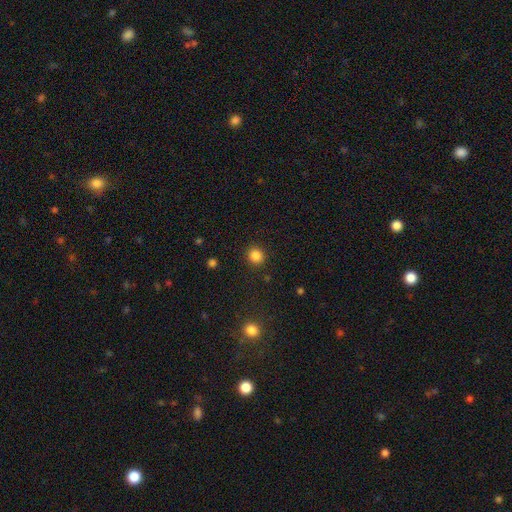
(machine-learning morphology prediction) Smooth or featured? Predicted: smooth (p=0.85). How rounded? Predicted: round (p=0.90). Merging? Predicted: none (p=0.91).